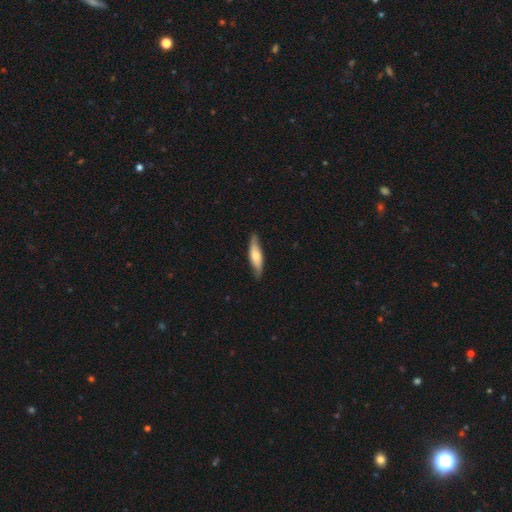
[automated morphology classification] Smooth or featured? smooth (57%)
How rounded? cigar-shaped (63%)
Merging? none (80%)